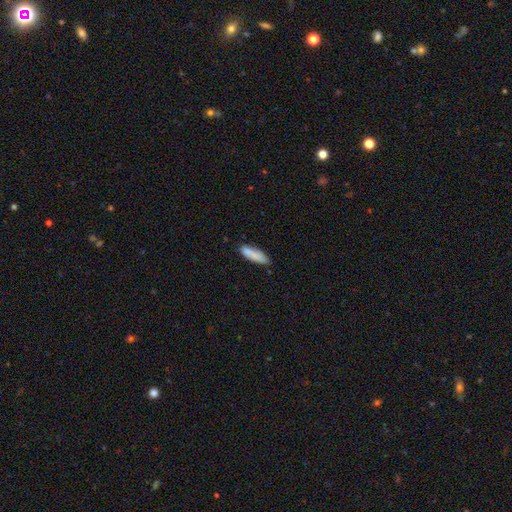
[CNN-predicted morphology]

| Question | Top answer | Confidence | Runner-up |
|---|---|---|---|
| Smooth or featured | smooth | 84% | featured or disk (10%) |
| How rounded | cigar-shaped | 60% | in between (38%) |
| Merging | none | 74% | minor disturbance (20%) |